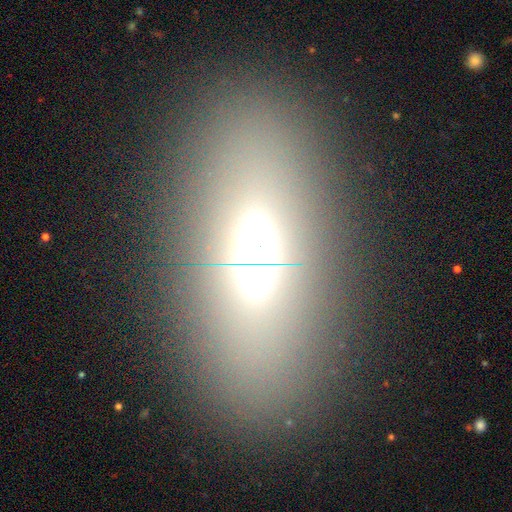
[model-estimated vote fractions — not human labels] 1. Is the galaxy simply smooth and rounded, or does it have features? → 55% smooth, 28% featured or disk, 17% star or artifact.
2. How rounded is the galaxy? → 78% in between, 16% cigar-shaped, 7% round.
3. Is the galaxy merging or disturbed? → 82% none, 10% minor disturbance, 6% major disturbance, 2% merger.